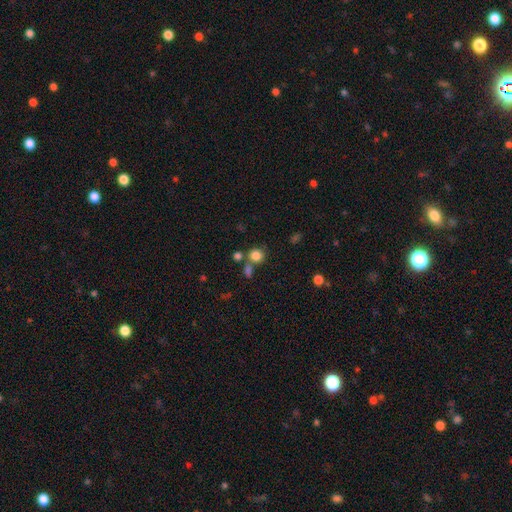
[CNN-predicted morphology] Q: Smooth or featured?
A: smooth (82%); runner-up: star or artifact (12%)
Q: How rounded?
A: round (85%); runner-up: in between (14%)
Q: Merging?
A: none (61%); runner-up: merger (23%)